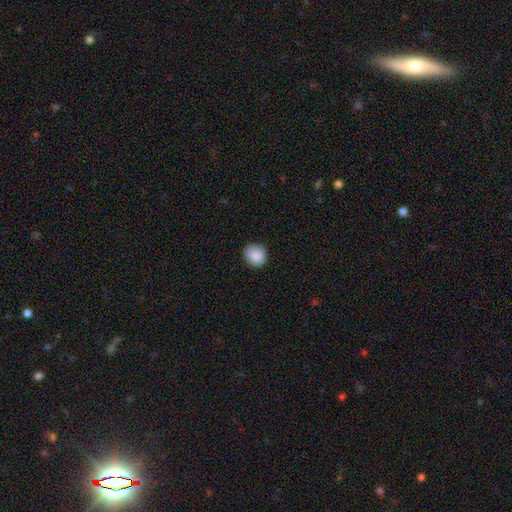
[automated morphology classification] Overall: smooth (87%). How rounded: round (85%). Merging: none (86%).